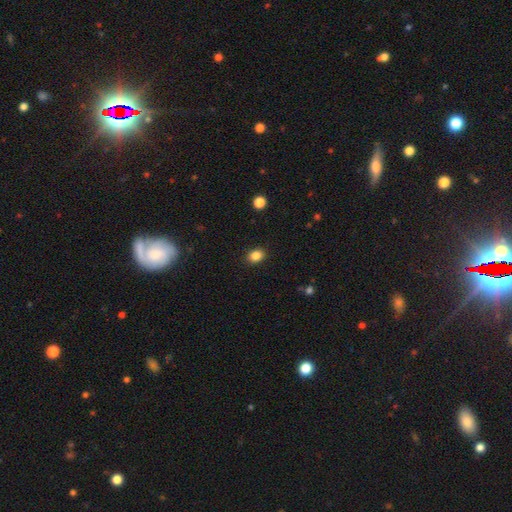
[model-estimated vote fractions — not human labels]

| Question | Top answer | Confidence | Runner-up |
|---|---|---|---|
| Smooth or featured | smooth | 85% | star or artifact (10%) |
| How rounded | in between | 61% | round (38%) |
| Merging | none | 89% | minor disturbance (8%) |